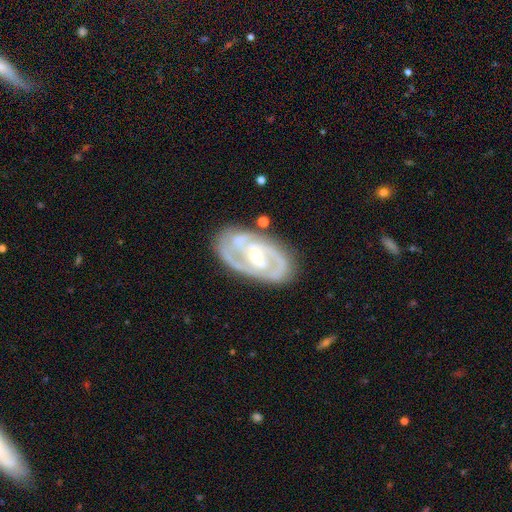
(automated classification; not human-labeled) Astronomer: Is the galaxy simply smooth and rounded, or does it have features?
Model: featured or disk — 89%.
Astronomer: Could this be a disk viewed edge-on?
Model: no — 96%.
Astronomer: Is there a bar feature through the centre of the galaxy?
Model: no — 40% (runner-up: weak, 37%).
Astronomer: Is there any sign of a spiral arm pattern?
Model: yes — 95%.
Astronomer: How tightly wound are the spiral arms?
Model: tight — 53% (runner-up: medium, 40%).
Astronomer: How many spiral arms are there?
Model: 2 — 72%.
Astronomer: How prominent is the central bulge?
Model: small — 57% (runner-up: moderate, 40%).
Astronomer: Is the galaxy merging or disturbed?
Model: none — 76%.